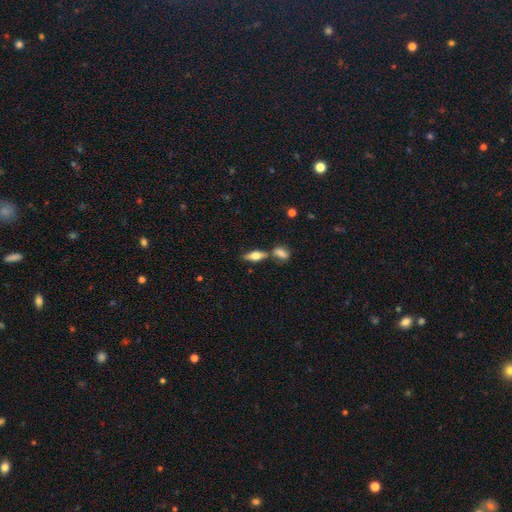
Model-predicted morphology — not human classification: Overall: smooth (59%; featured or disk 33%). How rounded: in between (68%; cigar-shaped 29%). Merging: none (59%; merger 26%).